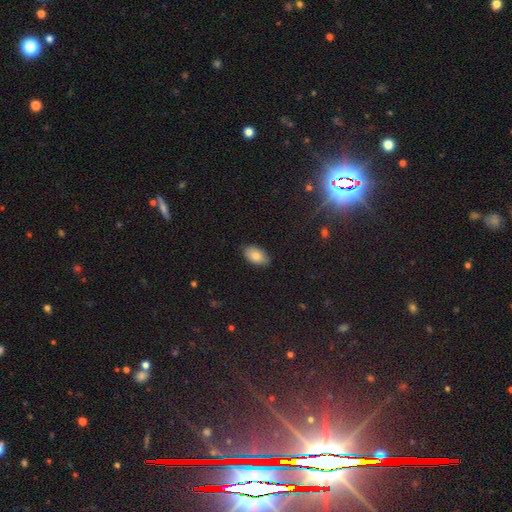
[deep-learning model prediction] smooth 83%, featured or disk 9%, star or artifact 8%. Down the decision tree: how rounded — in between (94%); merging — none (86%).